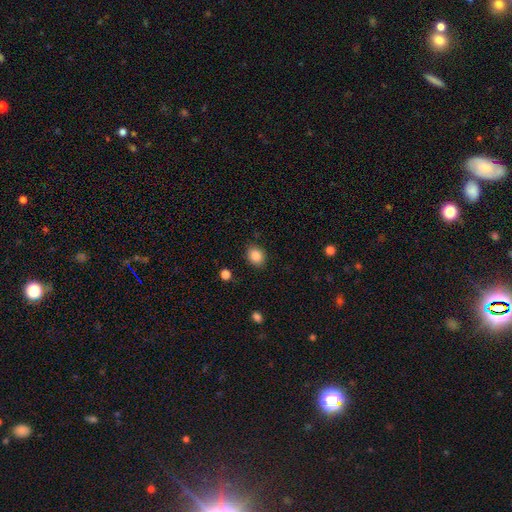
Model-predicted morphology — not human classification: This is clearly a smooth galaxy (85%). How rounded: possibly round (53%). Merging: clearly none (86%).